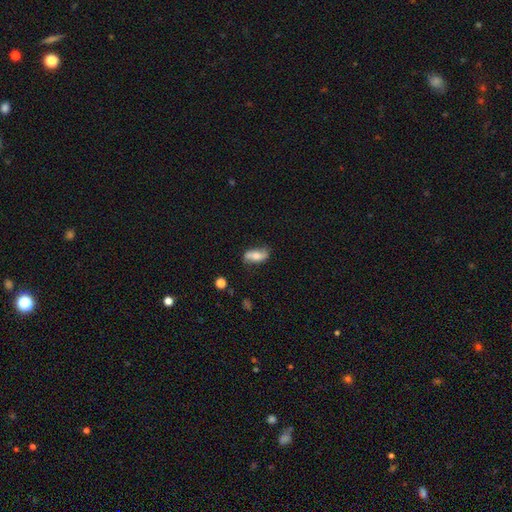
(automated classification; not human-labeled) Q: Smooth or featured?
A: smooth (56%); runner-up: featured or disk (37%)
Q: How rounded?
A: in between (80%); runner-up: cigar-shaped (16%)
Q: Merging?
A: none (71%); runner-up: minor disturbance (21%)